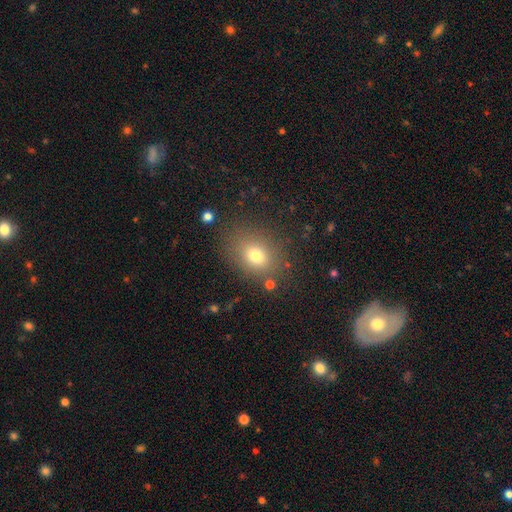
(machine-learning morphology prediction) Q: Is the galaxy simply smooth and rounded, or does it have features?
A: smooth — 73%.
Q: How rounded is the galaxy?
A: in between — 56%.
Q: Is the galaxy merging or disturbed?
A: none — 80%.